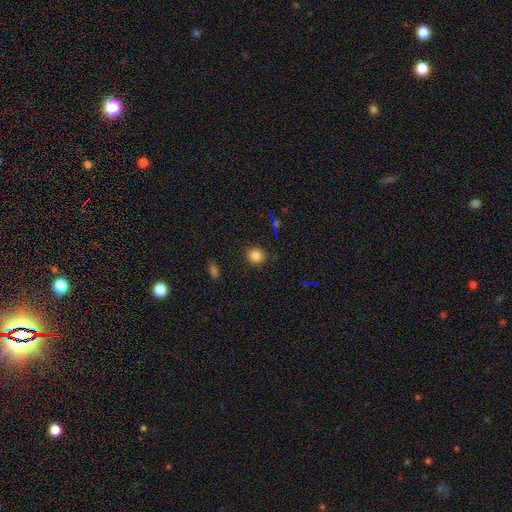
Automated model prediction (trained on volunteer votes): Morphology: type=smooth (82%); roundness=round (91%); merging=none (89%).